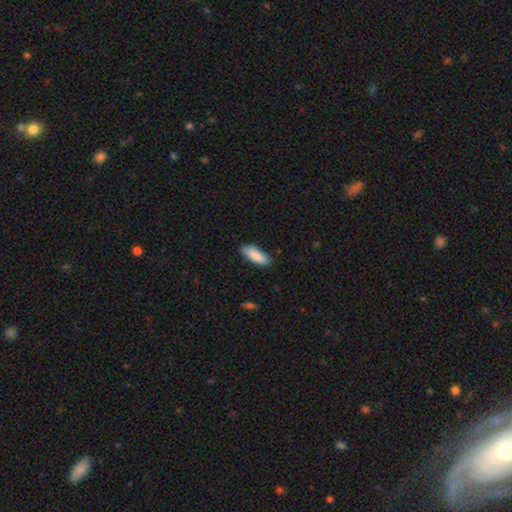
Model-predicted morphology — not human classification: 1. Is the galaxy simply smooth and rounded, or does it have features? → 87% smooth, 7% featured or disk, 6% star or artifact.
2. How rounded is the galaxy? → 65% in between, 33% cigar-shaped, 2% round.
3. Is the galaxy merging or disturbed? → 85% none, 12% minor disturbance, 2% major disturbance, 1% merger.